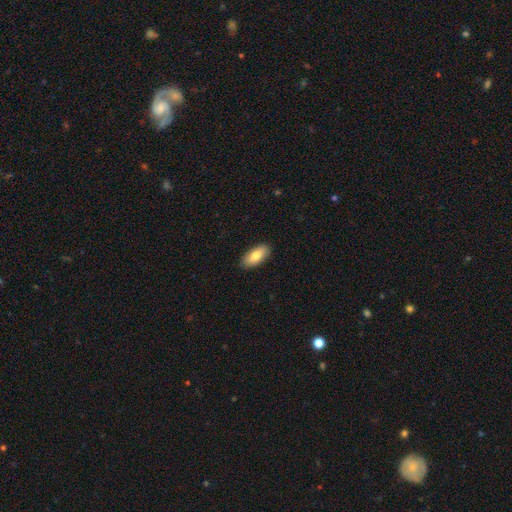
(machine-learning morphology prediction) Smooth or featured?
  - smooth: 81% *
  - featured or disk: 13%
  - star or artifact: 6%
How rounded?
  - in between: 89% *
  - cigar-shaped: 9%
  - round: 2%
Merging?
  - none: 90% *
  - minor disturbance: 8%
  - major disturbance: 2%
  - merger: 1%